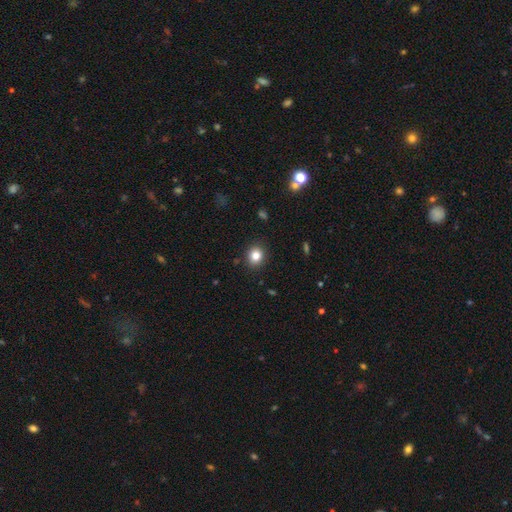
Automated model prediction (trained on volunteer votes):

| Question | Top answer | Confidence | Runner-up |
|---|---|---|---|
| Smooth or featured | smooth | 83% | star or artifact (11%) |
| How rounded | round | 76% | in between (24%) |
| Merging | none | 90% | minor disturbance (7%) |